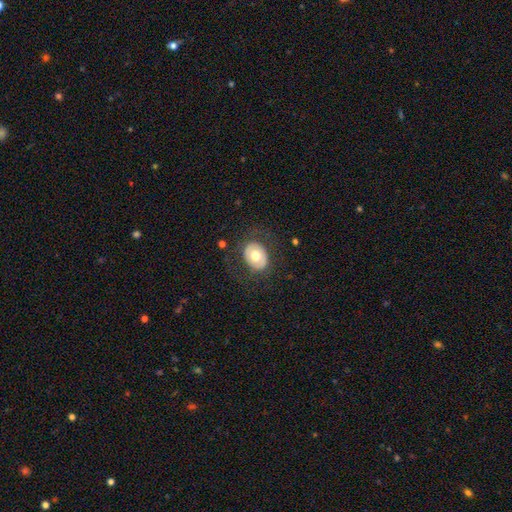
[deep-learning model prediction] smooth_or_featured: smooth (p=0.59) [alt: featured or disk p=0.34]
how_rounded: in between (p=0.58) [alt: round p=0.41]
merging: none (p=0.77) [alt: minor disturbance p=0.14]